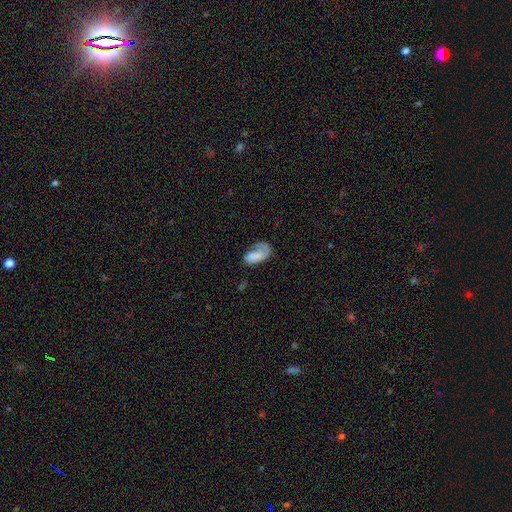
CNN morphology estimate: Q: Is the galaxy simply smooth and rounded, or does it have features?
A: smooth — 63%.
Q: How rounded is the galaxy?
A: in between — 93%.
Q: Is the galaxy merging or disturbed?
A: none — 37%.